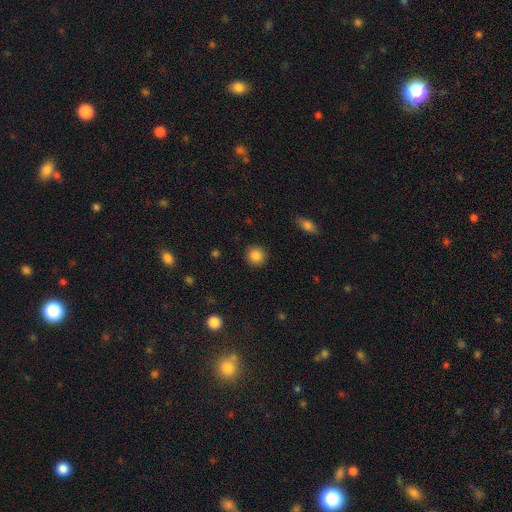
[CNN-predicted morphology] Smooth or featured: smooth — 86% (star or artifact — 9%)
How rounded: round — 92% (in between — 7%)
Merging: none — 91% (minor disturbance — 6%)